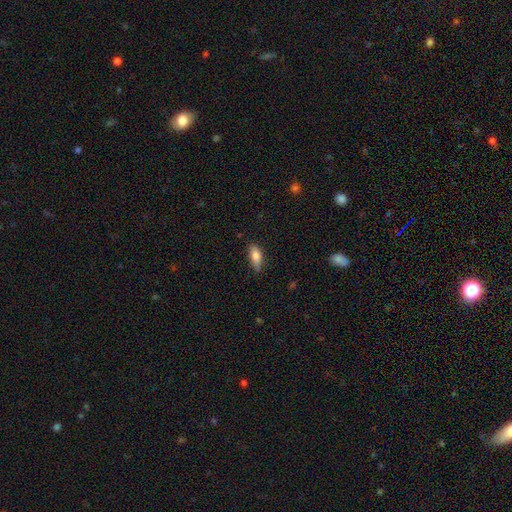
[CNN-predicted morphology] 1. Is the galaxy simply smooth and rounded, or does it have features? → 80% smooth, 13% featured or disk, 7% star or artifact.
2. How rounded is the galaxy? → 76% in between, 22% cigar-shaped, 3% round.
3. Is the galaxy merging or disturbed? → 67% none, 27% minor disturbance, 4% major disturbance, 2% merger.